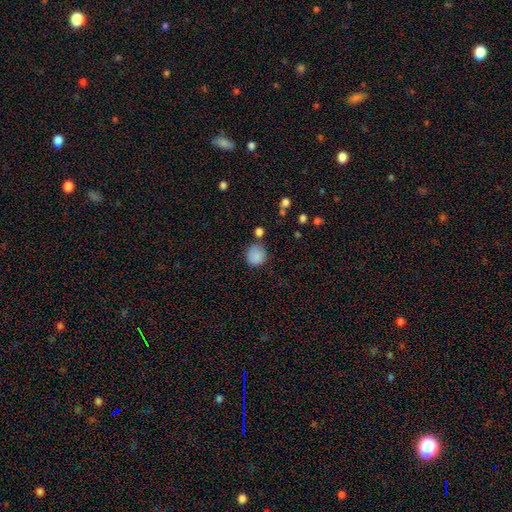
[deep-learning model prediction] Overall: smooth (86%). How rounded: round (87%). Merging: none (73%).